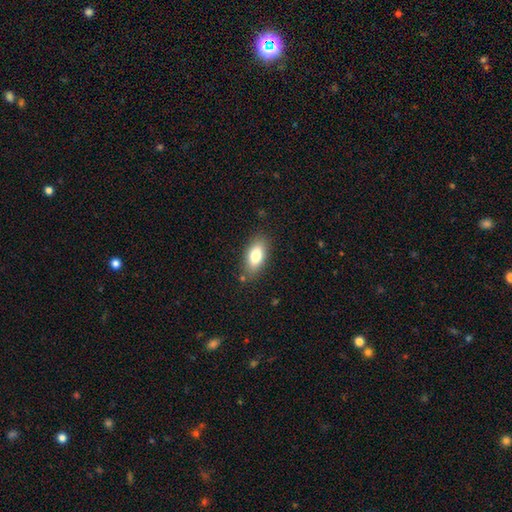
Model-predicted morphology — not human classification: A smooth galaxy with no disk features (79%) that is in between round and cigar-shaped (87%). Merging: none (82%).